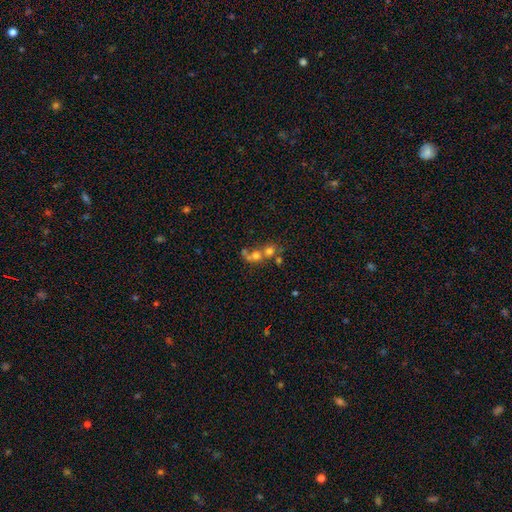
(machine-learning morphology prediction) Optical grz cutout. It shows a smooth galaxy with no disk features (60%) that is round (78%). Merging: merger (59%).